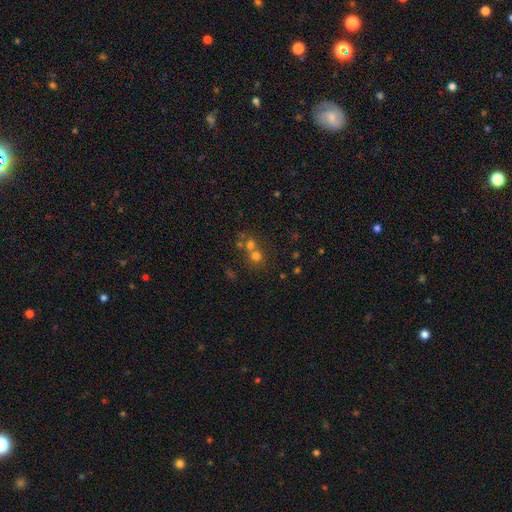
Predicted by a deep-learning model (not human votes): A smooth galaxy with no disk features (65%) that is round (85%).

Vote fractions:
- Smooth or featured? smooth: 65% / star or artifact: 20% / featured or disk: 15%
- How rounded? round: 85% / in between: 14% / cigar-shaped: 1%
- Merging? merger: 48% / none: 43% / minor disturbance: 6% / major disturbance: 3%